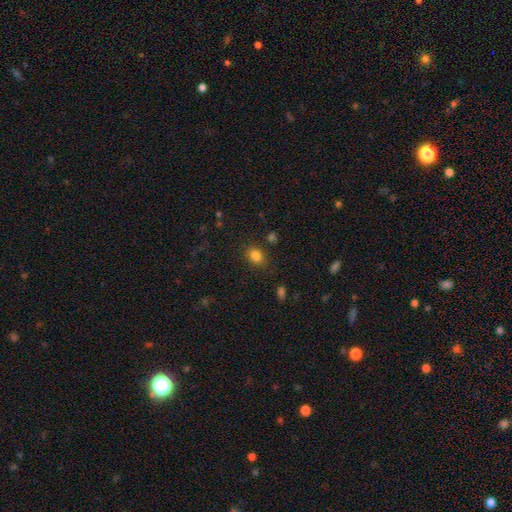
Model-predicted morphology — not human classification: smooth_or_featured: smooth (p=0.83) [alt: star or artifact p=0.12]
how_rounded: in between (p=0.60) [alt: round p=0.39]
merging: none (p=0.82) [alt: minor disturbance p=0.12]